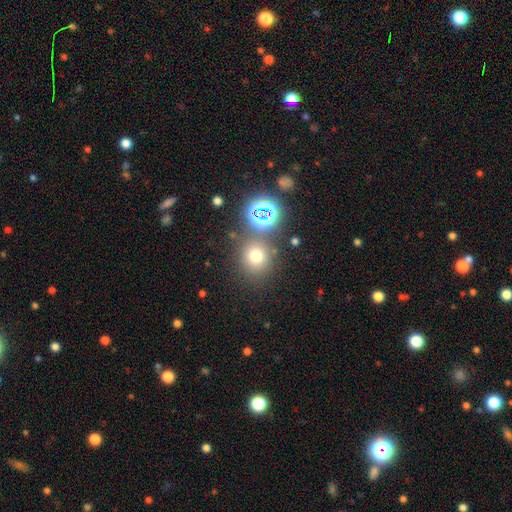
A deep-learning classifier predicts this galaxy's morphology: The model was most divided on "smooth or featured": smooth: 68%, star or artifact: 23%, featured or disk: 9%. More confident: how rounded — round (87%); merging — none (75%).